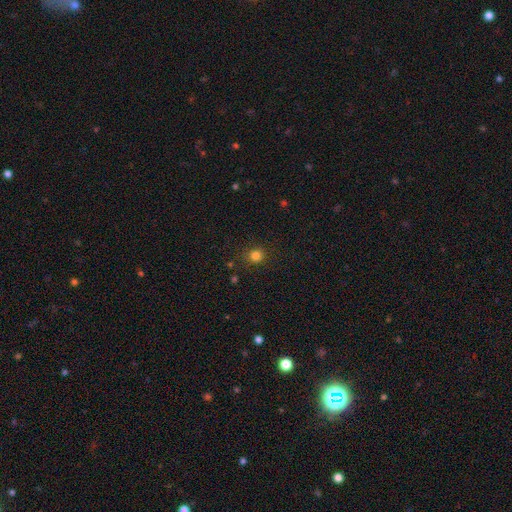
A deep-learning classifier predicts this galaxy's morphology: Smooth or featured: smooth — 81% (star or artifact — 15%)
How rounded: round — 89% (in between — 10%)
Merging: none — 87% (minor disturbance — 8%)